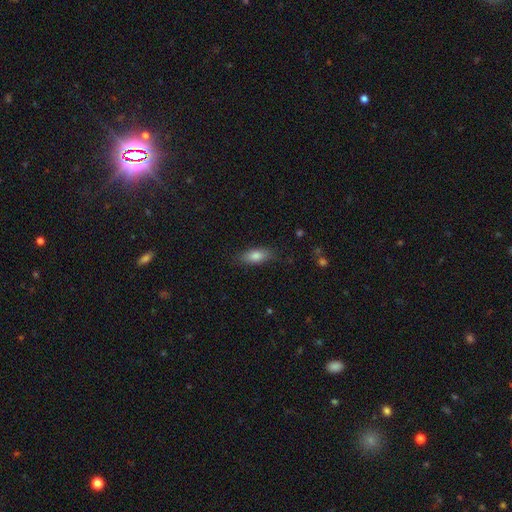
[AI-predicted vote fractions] Smooth or featured: smooth — 80% (featured or disk — 12%)
How rounded: in between — 81% (cigar-shaped — 15%)
Merging: none — 84% (minor disturbance — 13%)